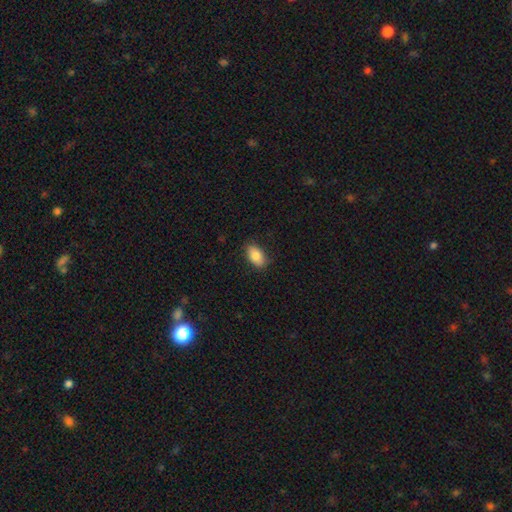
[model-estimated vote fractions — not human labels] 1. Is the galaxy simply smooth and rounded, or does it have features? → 84% smooth, 9% featured or disk, 7% star or artifact.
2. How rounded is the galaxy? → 92% in between, 6% round, 2% cigar-shaped.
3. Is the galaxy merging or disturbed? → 85% none, 12% minor disturbance, 2% major disturbance, 1% merger.